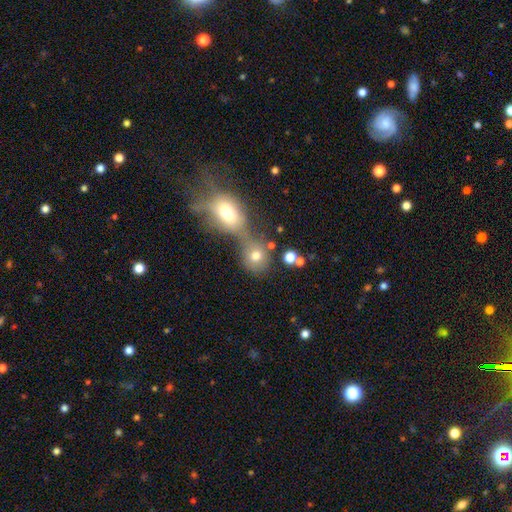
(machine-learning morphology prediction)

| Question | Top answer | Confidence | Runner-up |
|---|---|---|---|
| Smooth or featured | smooth | 74% | featured or disk (13%) |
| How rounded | round | 73% | in between (26%) |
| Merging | merger | 51% | none (35%) |